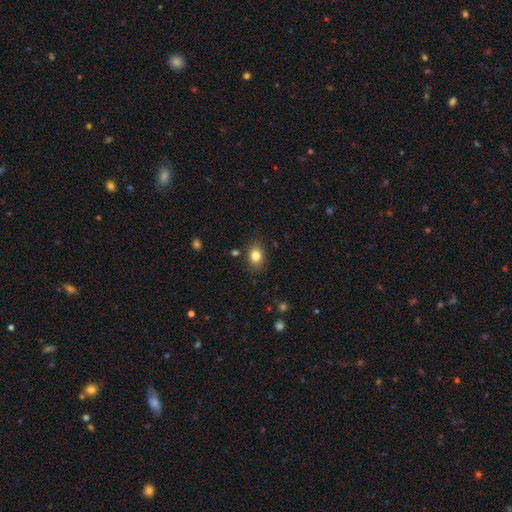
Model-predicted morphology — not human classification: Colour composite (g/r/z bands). It shows a smooth galaxy with no disk features (82%) that is in between round and cigar-shaped (69%). Merging: none (84%).